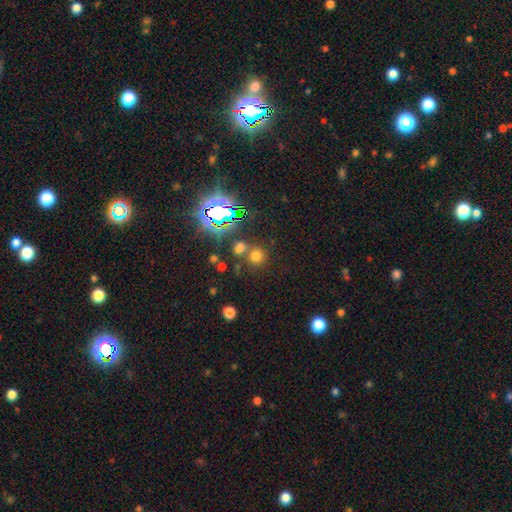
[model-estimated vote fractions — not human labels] This appears to be a smooth galaxy with no disk features (63%) that is round (87%). Merging: none (66%).